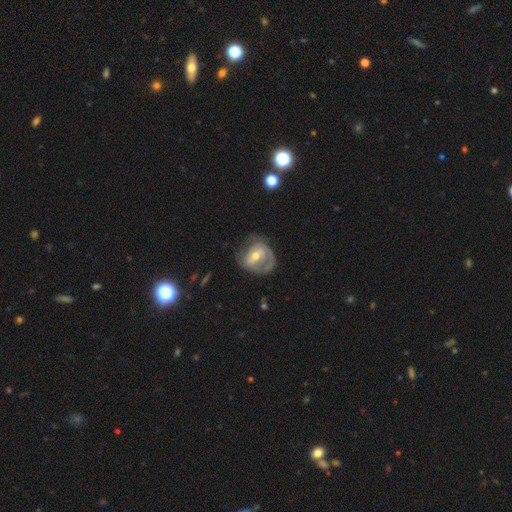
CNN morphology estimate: Smooth or featured? featured or disk (68%)
Edge-on disk? no (96%)
Bar? weak (43%)
Spiral arms? yes (72%)
Bulge size? moderate (53%)
Merging? none (47%)